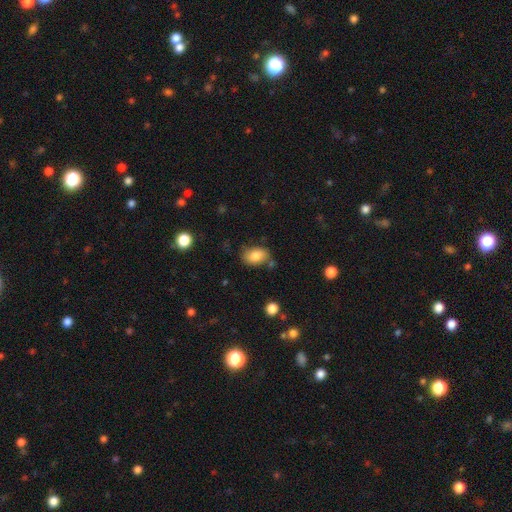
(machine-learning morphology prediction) smooth-or-featured: smooth: 81% | featured or disk: 11% | star or artifact: 8%
  how-rounded: in between: 84% | round: 15% | cigar-shaped: 1%
  merging: none: 69% | minor disturbance: 19% | merger: 6% | major disturbance: 5%